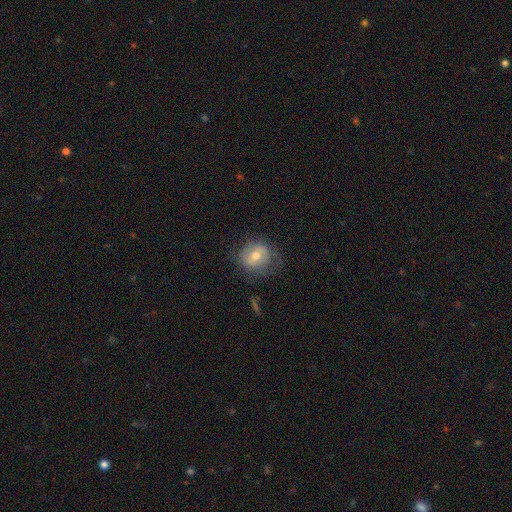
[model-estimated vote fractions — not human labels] A smooth galaxy with no disk features (61%) that is round (77%).

Vote fractions:
- Smooth or featured? smooth: 61% / featured or disk: 31% / star or artifact: 8%
- How rounded? round: 77% / in between: 22% / cigar-shaped: 1%
- Merging? none: 67% / minor disturbance: 22% / major disturbance: 10% / merger: 2%